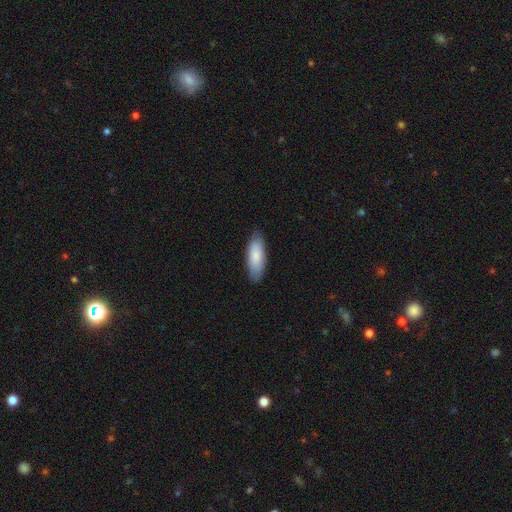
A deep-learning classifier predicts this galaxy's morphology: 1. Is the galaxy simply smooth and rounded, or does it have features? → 83% smooth, 11% featured or disk, 5% star or artifact.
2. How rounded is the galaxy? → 71% in between, 28% cigar-shaped, 2% round.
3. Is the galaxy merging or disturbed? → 83% none, 13% minor disturbance, 2% major disturbance, 1% merger.